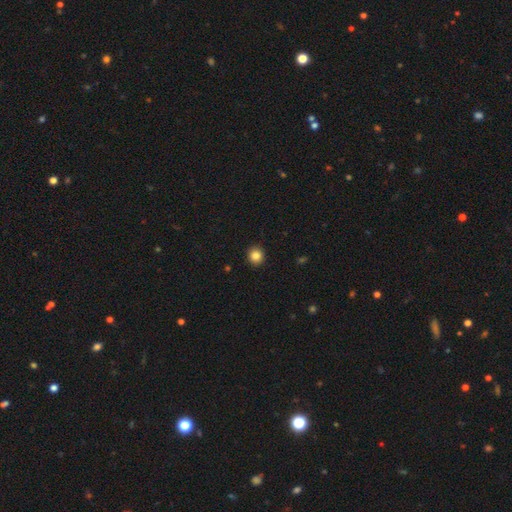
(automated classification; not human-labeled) Q: Smooth or featured?
A: smooth (85%); runner-up: star or artifact (11%)
Q: How rounded?
A: round (93%); runner-up: in between (7%)
Q: Merging?
A: none (93%); runner-up: minor disturbance (5%)